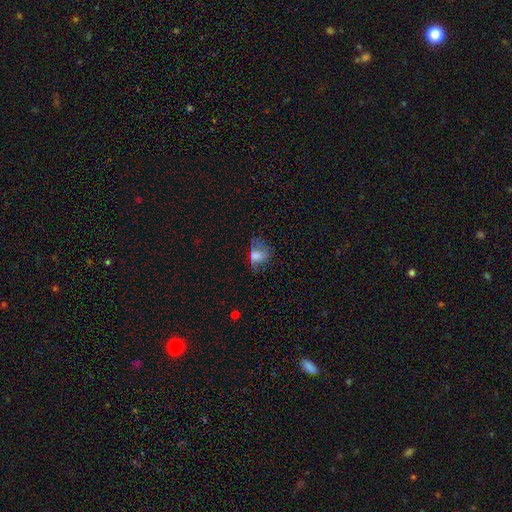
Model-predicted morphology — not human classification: Smooth or featured: smooth — 61% (featured or disk — 23%)
How rounded: in between — 63% (round — 35%)
Merging: none — 41% (major disturbance — 30%)